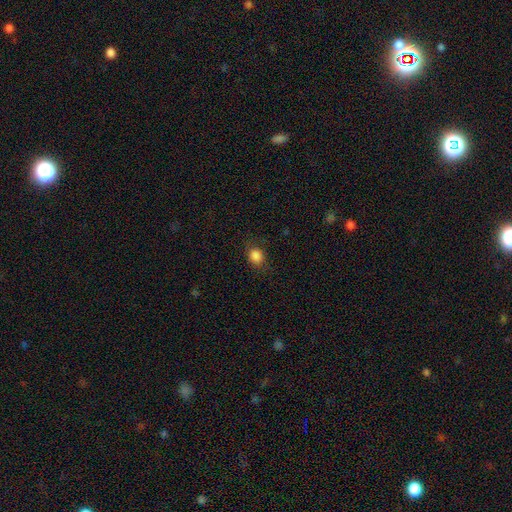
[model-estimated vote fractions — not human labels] A smooth galaxy with no disk features (85%) that is round (69%). Merging: none (79%).